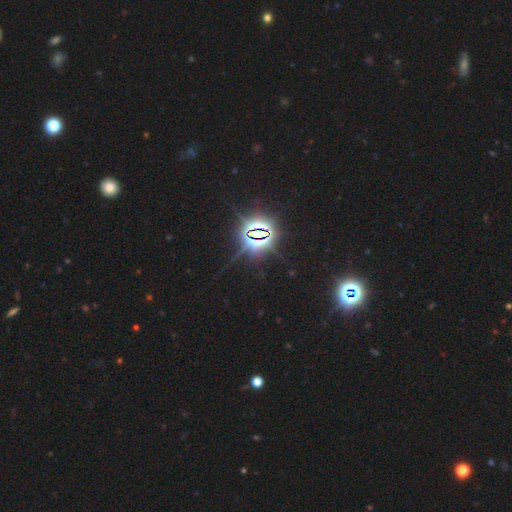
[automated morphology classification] A star or artifact, not a galaxy (83%).